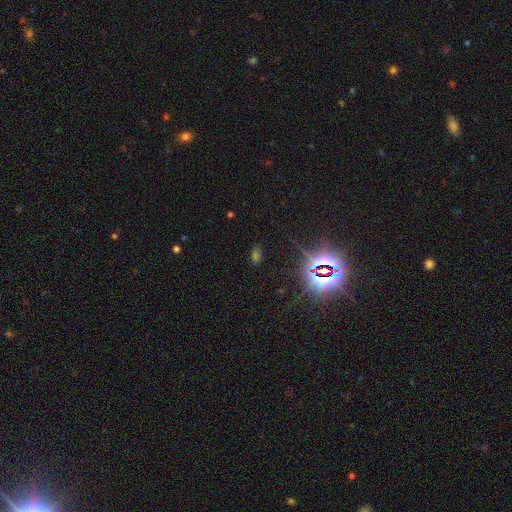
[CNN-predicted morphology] This is likely a star or artifact rather than a galaxy (62%).